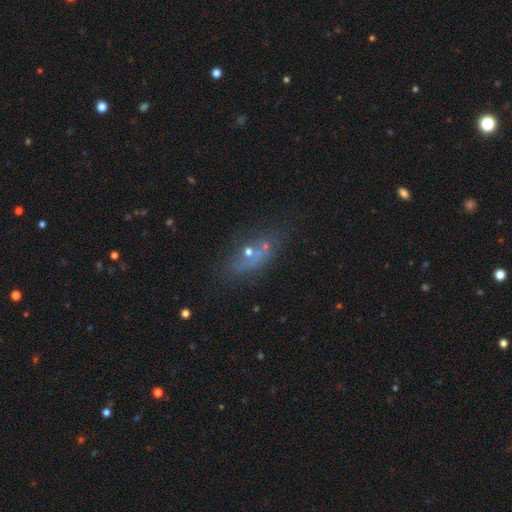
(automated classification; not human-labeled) Overall: smooth (43%; featured or disk 30%). Merging: none (49%; merger 22%).